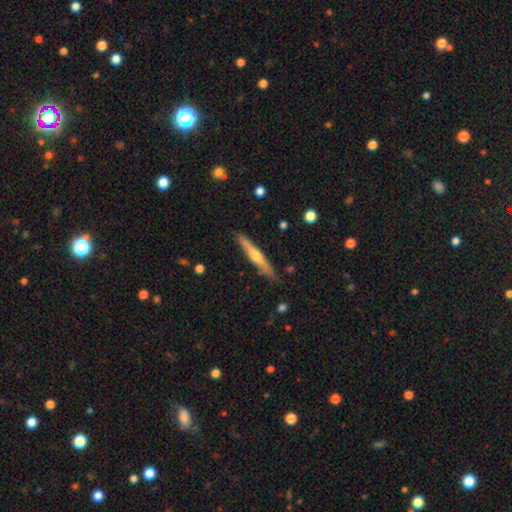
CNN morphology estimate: This is likely a featured or disk galaxy (62%). It is clearly viewed edge-on (96%). Edge-on bulge: clearly rounded (87%). Merging: clearly none (88%).